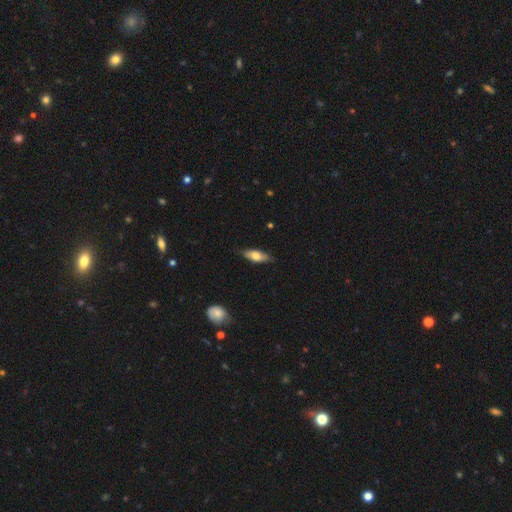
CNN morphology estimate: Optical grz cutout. It shows a smooth galaxy with no disk features (67%) that is in between round and cigar-shaped (71%). Merging: none (81%).